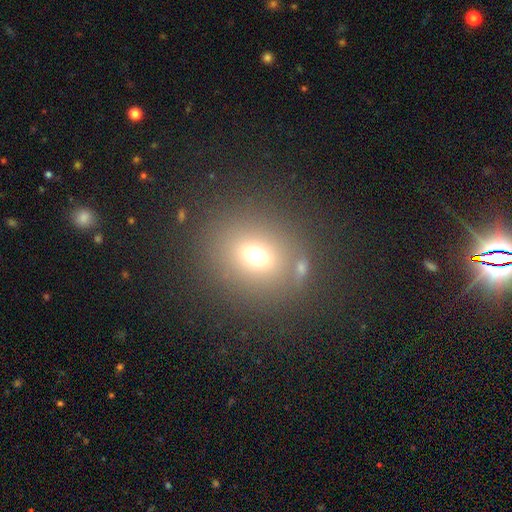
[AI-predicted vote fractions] This is likely a smooth galaxy (69%). How rounded: likely round (61%). Merging: likely none (73%).